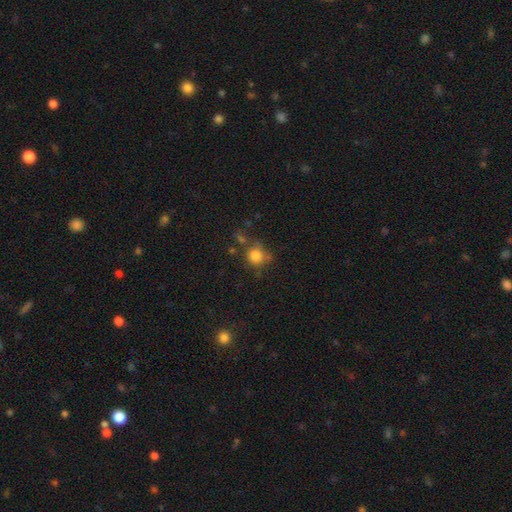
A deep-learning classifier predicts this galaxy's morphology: A smooth galaxy with no disk features (81%) that is round (86%). Merging: none (59%).